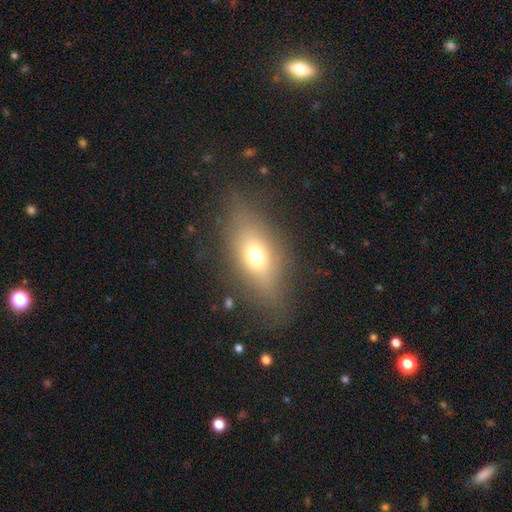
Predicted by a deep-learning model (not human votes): This appears to be a smooth galaxy with no disk features (64%) that is in between round and cigar-shaped (75%). Merging: none (71%).